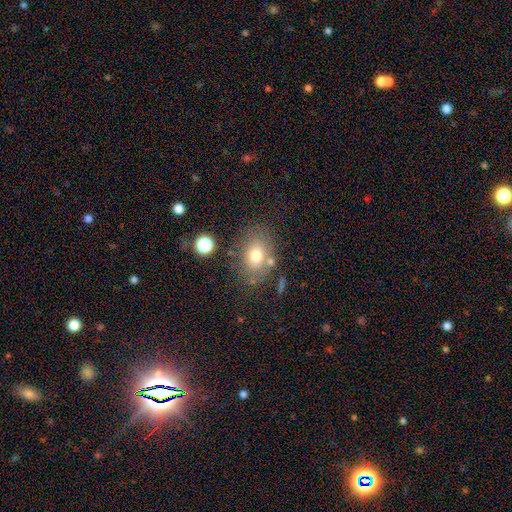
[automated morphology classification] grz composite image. It shows a smooth galaxy with no disk features (72%) that is in between round and cigar-shaped (68%). Merging: none (70%).